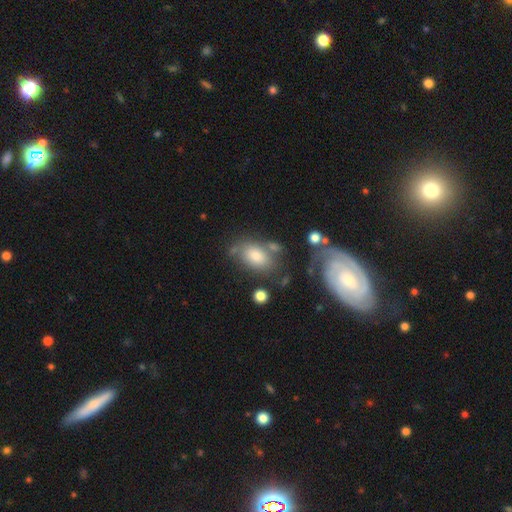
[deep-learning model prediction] smooth 64%, featured or disk 27%, star or artifact 9%. Down the decision tree: how rounded — in between (85%); merging — none (52%).